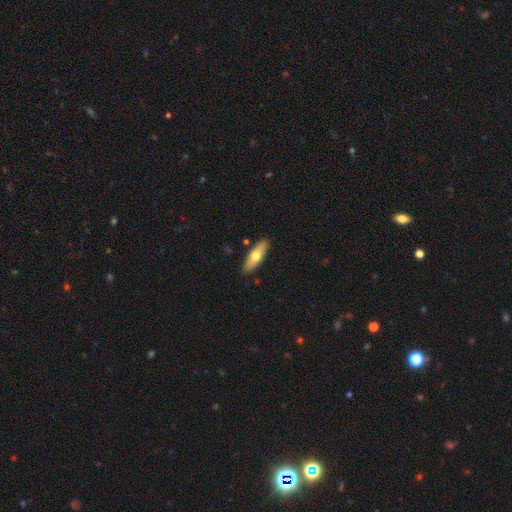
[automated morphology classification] This is likely a smooth galaxy (62%). How rounded: possibly in between (59%). Merging: clearly none (87%).